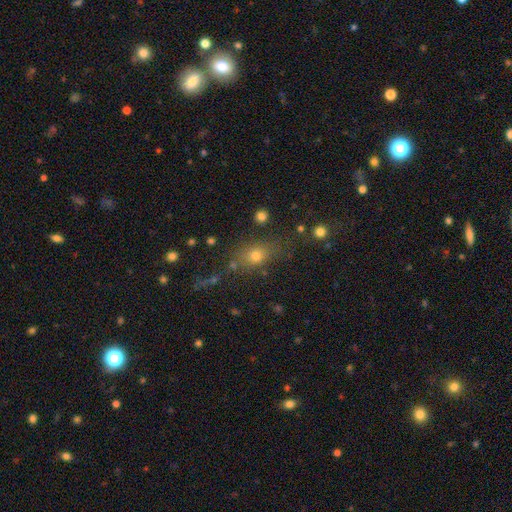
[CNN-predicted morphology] Smooth or featured: smooth — 67% (star or artifact — 20%)
How rounded: in between — 50% (round — 44%)
Merging: none — 71% (minor disturbance — 14%)